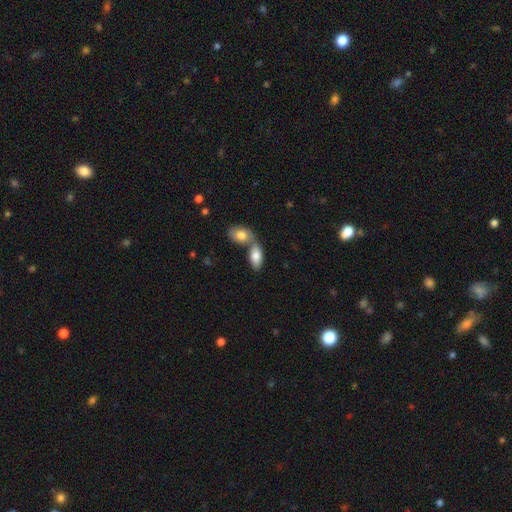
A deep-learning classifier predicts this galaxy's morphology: smooth-or-featured: smooth: 80% | featured or disk: 14% | star or artifact: 6%
  how-rounded: in between: 91% | cigar-shaped: 5% | round: 4%
  merging: merger: 61% | none: 29% | minor disturbance: 7% | major disturbance: 3%